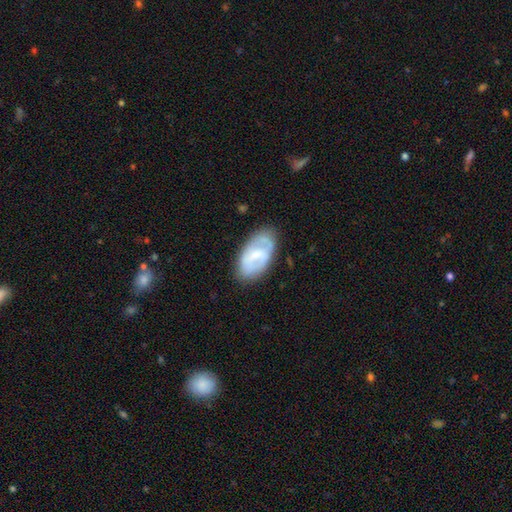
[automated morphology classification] This is possibly a featured or disk galaxy (52%). It is clearly not viewed edge-on (94%). Merging: likely none (72%).